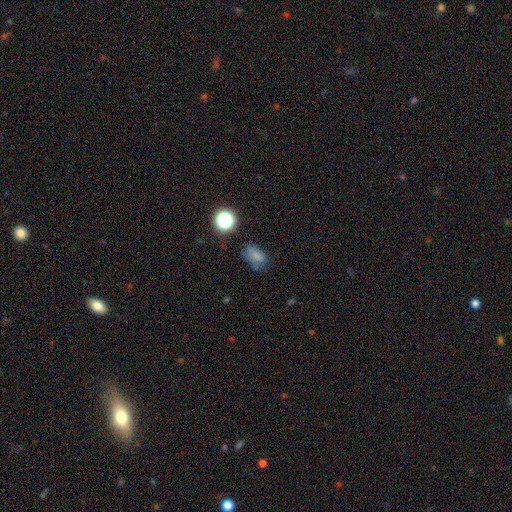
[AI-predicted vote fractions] smooth_or_featured: smooth (p=0.68) [alt: star or artifact p=0.18]
how_rounded: in between (p=0.81) [alt: round p=0.17]
merging: none (p=0.56) [alt: minor disturbance p=0.27]